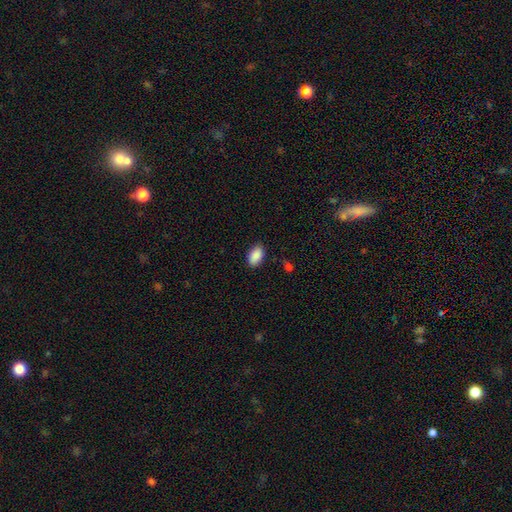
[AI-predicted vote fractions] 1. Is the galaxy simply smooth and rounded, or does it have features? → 90% smooth, 7% star or artifact, 3% featured or disk.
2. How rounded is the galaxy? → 92% in between, 7% round, 1% cigar-shaped.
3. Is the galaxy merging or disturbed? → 85% none, 11% minor disturbance, 2% major disturbance, 1% merger.